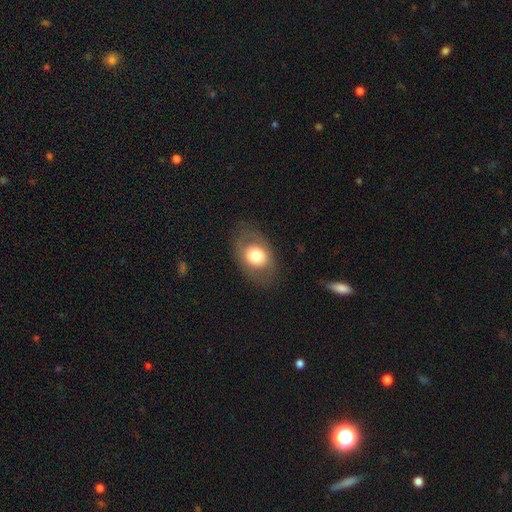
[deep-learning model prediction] Smooth or featured? Predicted: smooth (p=0.65). How rounded? Predicted: in between (p=0.75). Merging? Predicted: none (p=0.78).